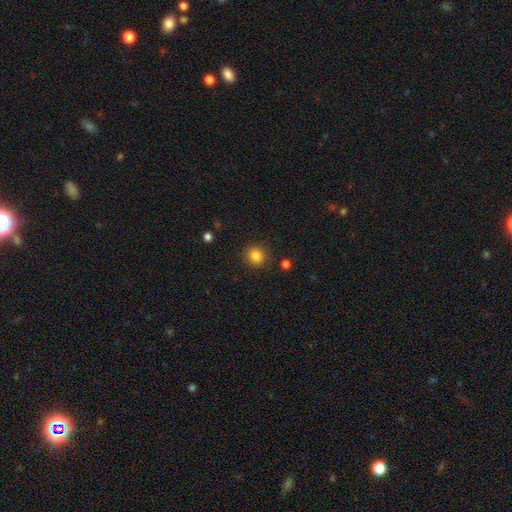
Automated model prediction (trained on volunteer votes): smooth 85%, star or artifact 11%, featured or disk 4%. Down the decision tree: how rounded — round (83%); merging — none (88%).